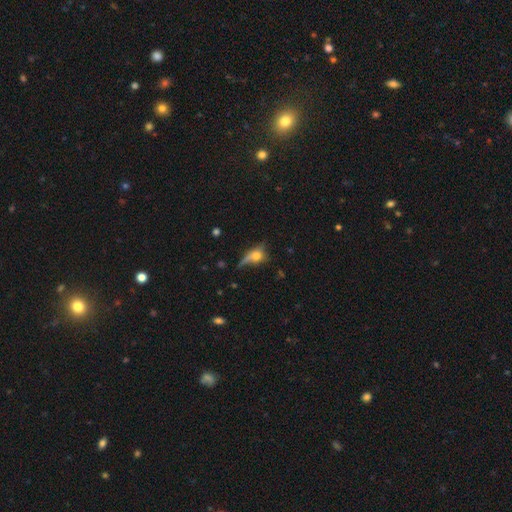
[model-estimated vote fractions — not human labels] A smooth galaxy with no disk features (56%) that is in between round and cigar-shaped (44%). Merging: none (43%).